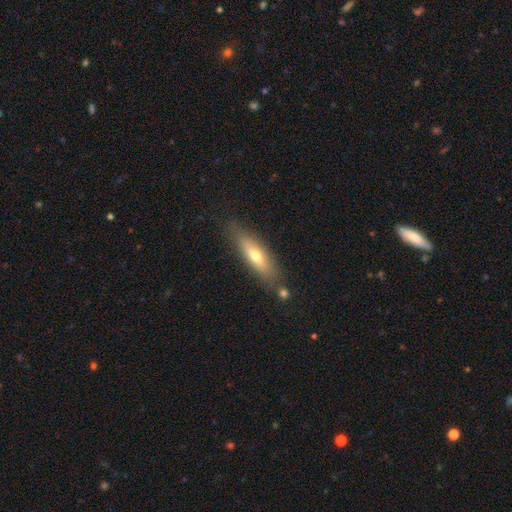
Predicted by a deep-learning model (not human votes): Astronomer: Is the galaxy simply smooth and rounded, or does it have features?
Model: smooth — 59% (runner-up: featured or disk, 34%).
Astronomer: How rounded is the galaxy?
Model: cigar-shaped — 61%.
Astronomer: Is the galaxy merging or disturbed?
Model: none — 78%.